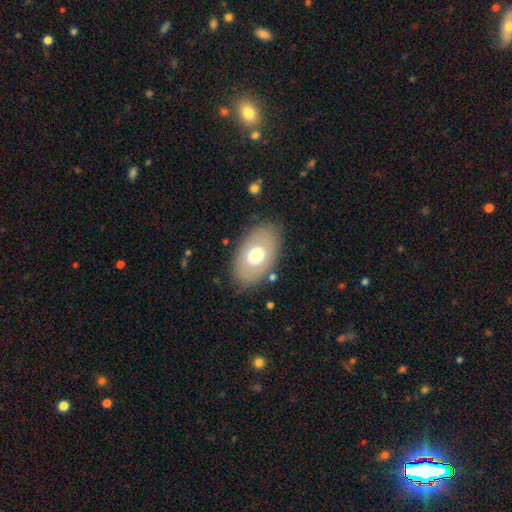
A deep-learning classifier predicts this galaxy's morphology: smooth_or_featured: smooth (p=0.62) [alt: featured or disk p=0.31]
how_rounded: in between (p=0.88) [alt: round p=0.11]
merging: none (p=0.81) [alt: minor disturbance p=0.12]